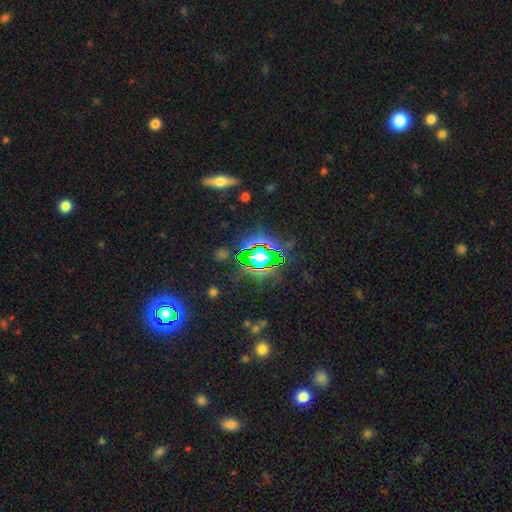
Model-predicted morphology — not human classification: This appears to be a star or artifact, not a galaxy (75%).